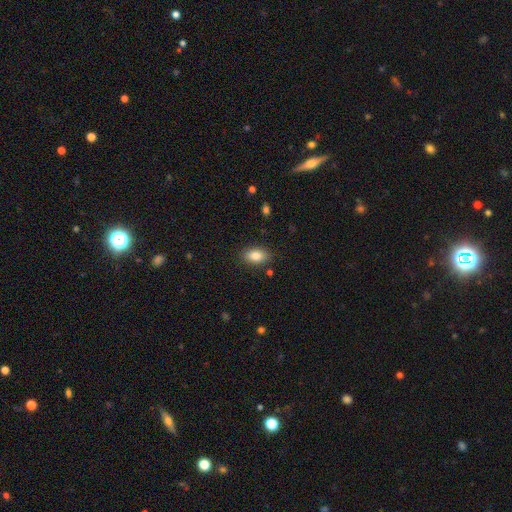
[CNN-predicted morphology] type=smooth (84%); roundness=in between (90%); merging=none (87%).